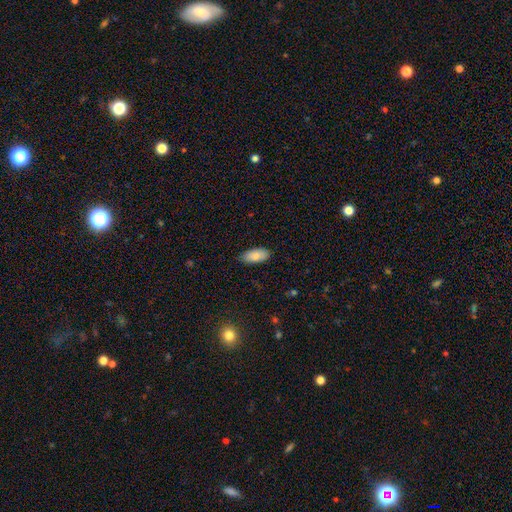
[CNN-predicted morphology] smooth_or_featured: smooth (p=0.85) [alt: featured or disk p=0.09]
how_rounded: in between (p=0.92) [alt: cigar-shaped p=0.06]
merging: none (p=0.84) [alt: minor disturbance p=0.13]